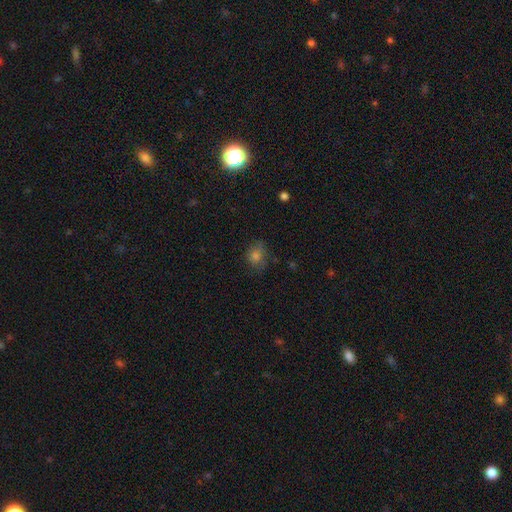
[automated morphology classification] smooth 72%, star or artifact 18%, featured or disk 10%. Down the decision tree: how rounded — in between (50%); merging — none (68%).